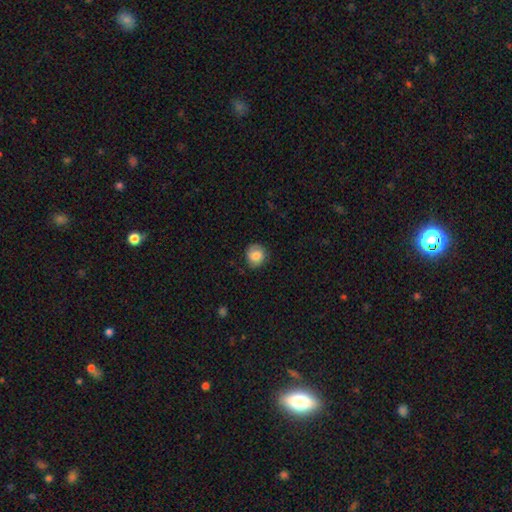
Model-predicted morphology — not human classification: This appears to be a smooth galaxy with no disk features (76%) that is round (85%). Merging: none (79%).